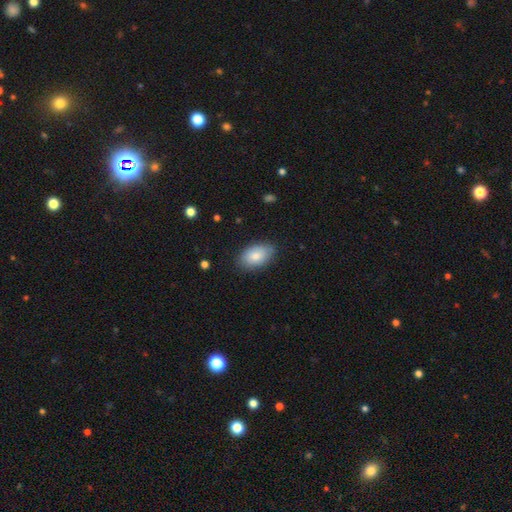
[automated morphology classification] Smooth or featured? smooth (83%)
How rounded? in between (92%)
Merging? none (81%)